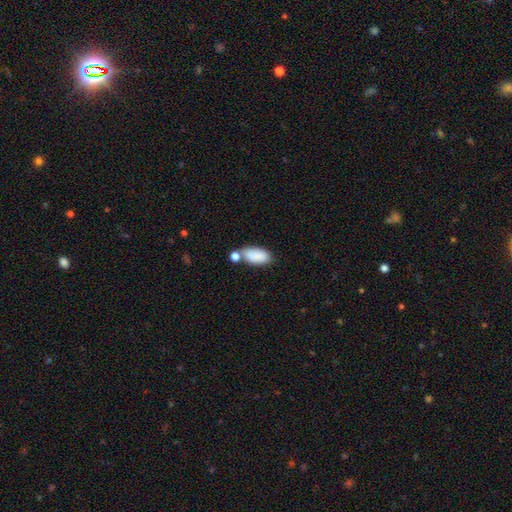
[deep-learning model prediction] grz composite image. It shows a smooth galaxy with no disk features (87%) that is in between round and cigar-shaped (91%). Merging: none (53%).